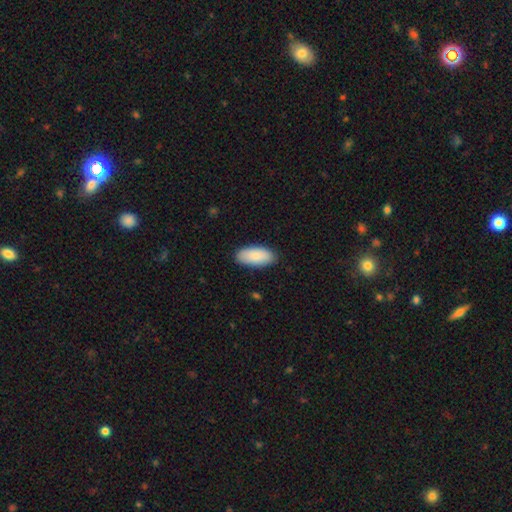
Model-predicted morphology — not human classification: This appears to be a smooth galaxy with no disk features (86%) that is in between round and cigar-shaped (93%). Merging: none (87%).